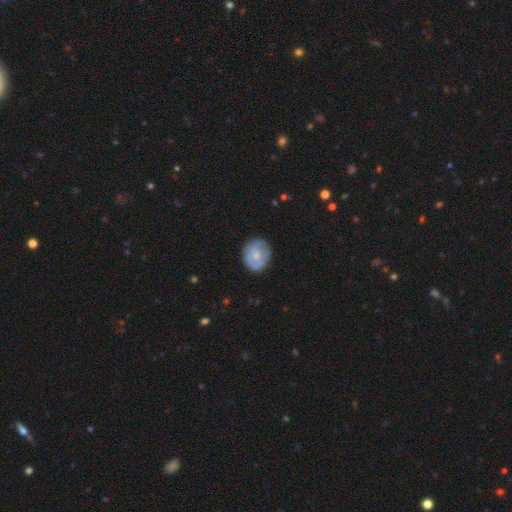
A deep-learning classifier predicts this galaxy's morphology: smooth 54%, featured or disk 40%, star or artifact 6%. Down the decision tree: how rounded — round (66%); merging — none (75%).